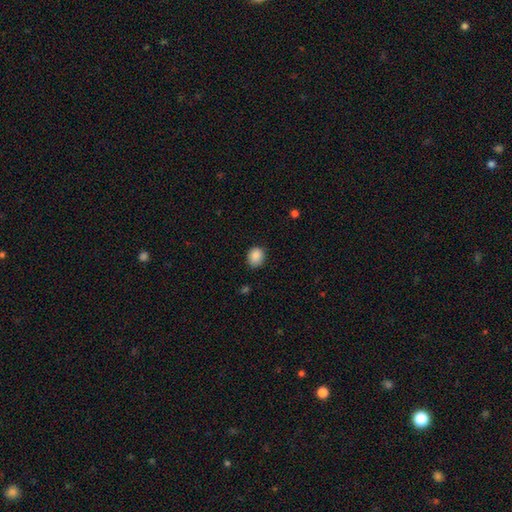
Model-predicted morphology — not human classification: smooth_or_featured: smooth (p=0.88) [alt: star or artifact p=0.09]
how_rounded: round (p=0.61) [alt: in between p=0.38]
merging: none (p=0.82) [alt: minor disturbance p=0.14]